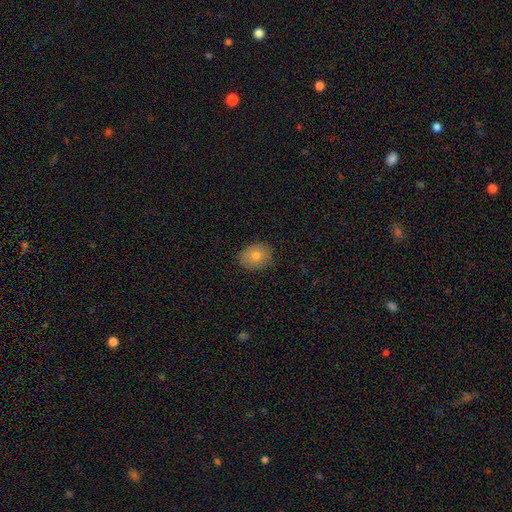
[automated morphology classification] This is likely a smooth galaxy (76%). How rounded: possibly in between (53%). Merging: clearly none (87%).